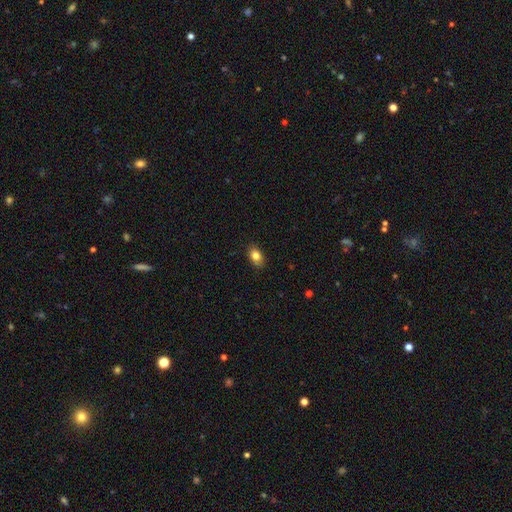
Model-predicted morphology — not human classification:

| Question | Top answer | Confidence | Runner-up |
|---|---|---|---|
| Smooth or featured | smooth | 82% | star or artifact (9%) |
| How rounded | in between | 78% | round (20%) |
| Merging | none | 84% | minor disturbance (13%) |